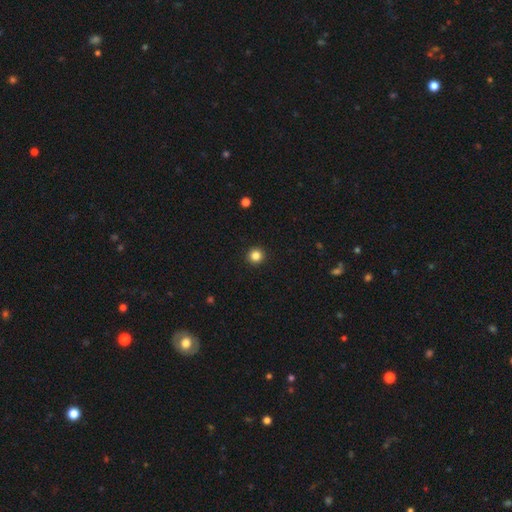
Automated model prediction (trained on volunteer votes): Smooth or featured? Predicted: smooth (p=0.84). How rounded? Predicted: round (p=0.96). Merging? Predicted: none (p=0.94).